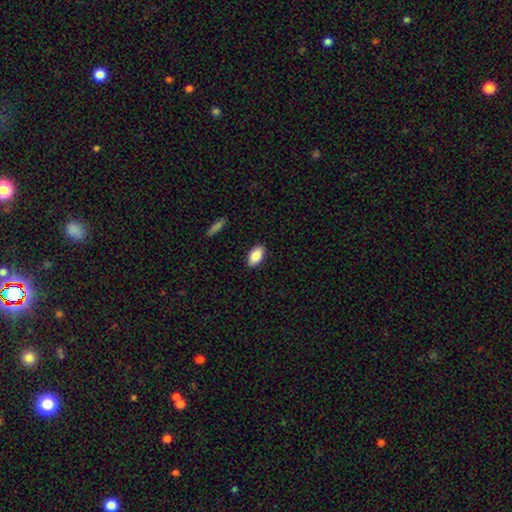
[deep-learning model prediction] This appears to be a smooth galaxy with no disk features (86%) that is in between round and cigar-shaped (94%). Merging: none (89%).